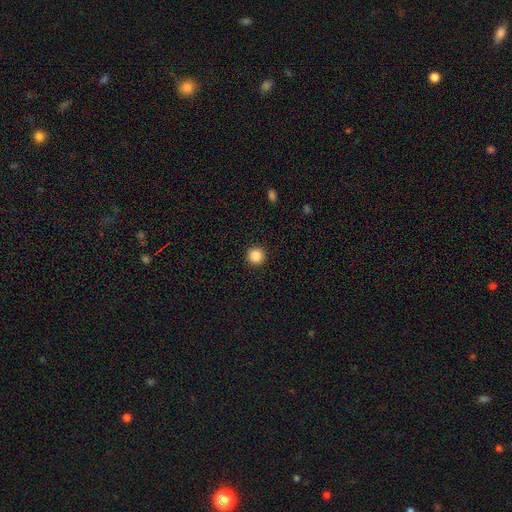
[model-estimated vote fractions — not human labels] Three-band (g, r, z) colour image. It shows a smooth galaxy with no disk features (87%) that is round (96%). Merging: none (93%).